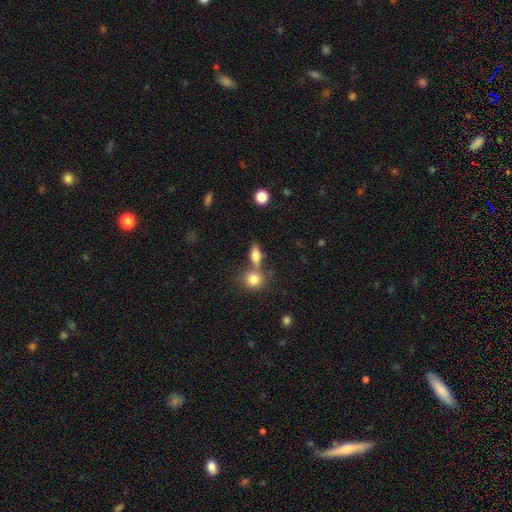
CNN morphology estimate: A smooth galaxy with no disk features (73%) that is in between round and cigar-shaped (68%).

Vote fractions:
- Smooth or featured? smooth: 73% / featured or disk: 17% / star or artifact: 10%
- How rounded? in between: 68% / cigar-shaped: 17% / round: 15%
- Merging? none: 53% / merger: 31% / minor disturbance: 11% / major disturbance: 5%